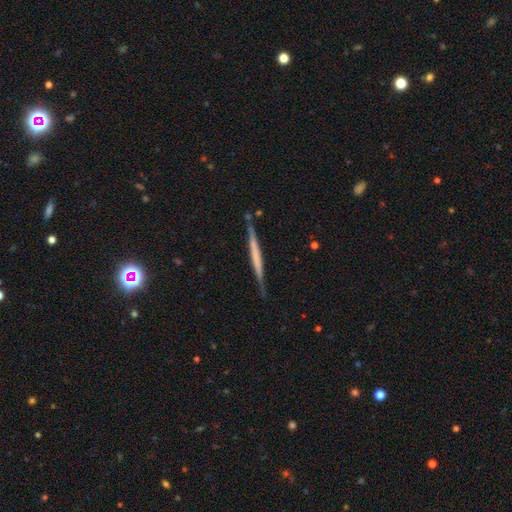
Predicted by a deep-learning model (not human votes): Smooth or featured? featured or disk (56%)
Edge-on disk? yes (97%)
Edge-on bulge? none (79%)
Merging? none (83%)